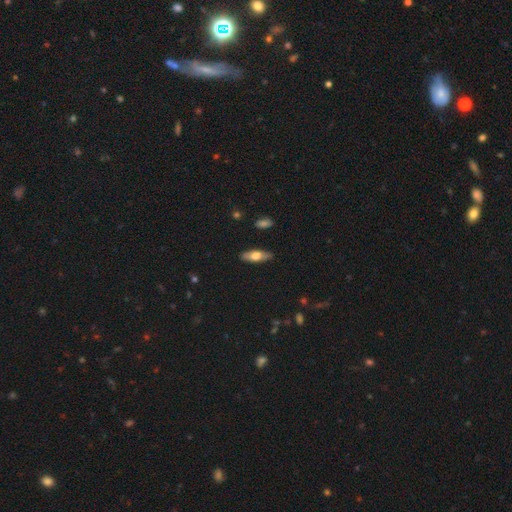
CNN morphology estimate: The model was most divided on "smooth or featured": smooth: 60%, featured or disk: 34%, star or artifact: 6%. More confident: merging — none (85%); how rounded — in between (65%).